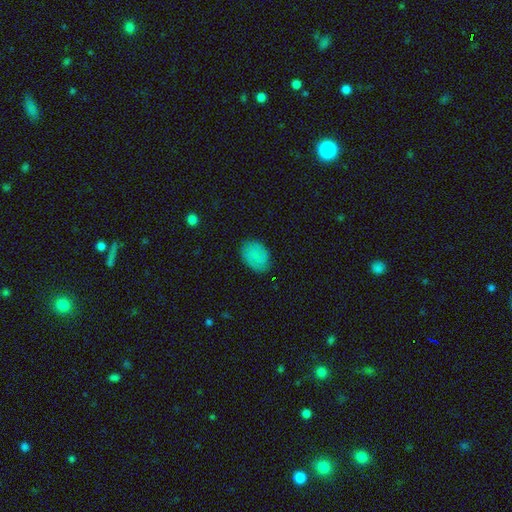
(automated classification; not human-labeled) A smooth galaxy with no disk features (81%) that is in between round and cigar-shaped (77%). Merging: none (80%).